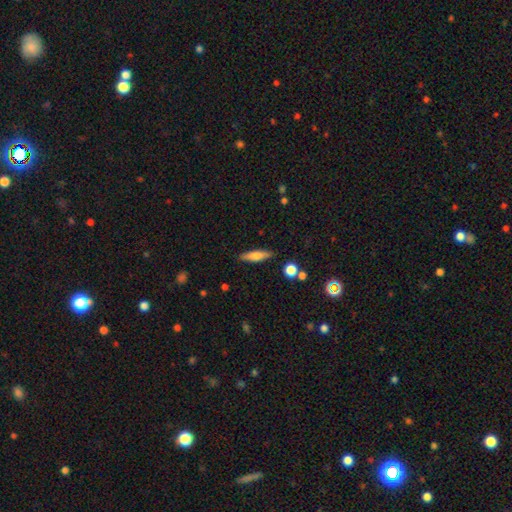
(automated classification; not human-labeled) Smooth or featured? Predicted: smooth (p=0.64). How rounded? Predicted: cigar-shaped (p=0.71). Merging? Predicted: none (p=0.87).